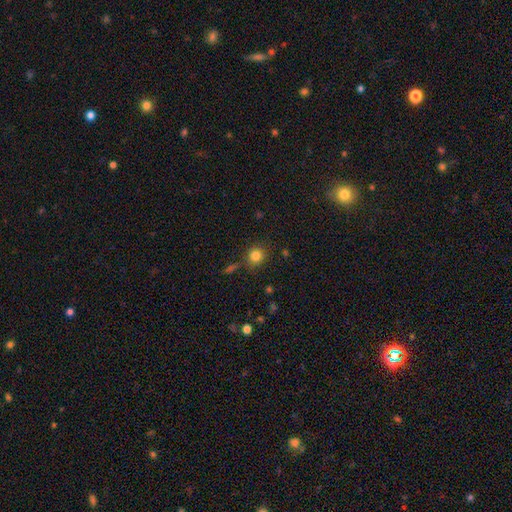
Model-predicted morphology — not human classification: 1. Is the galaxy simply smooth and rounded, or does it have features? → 82% smooth, 13% star or artifact, 6% featured or disk.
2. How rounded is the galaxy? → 86% round, 13% in between, 1% cigar-shaped.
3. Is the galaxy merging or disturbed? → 82% none, 11% minor disturbance, 4% merger, 4% major disturbance.